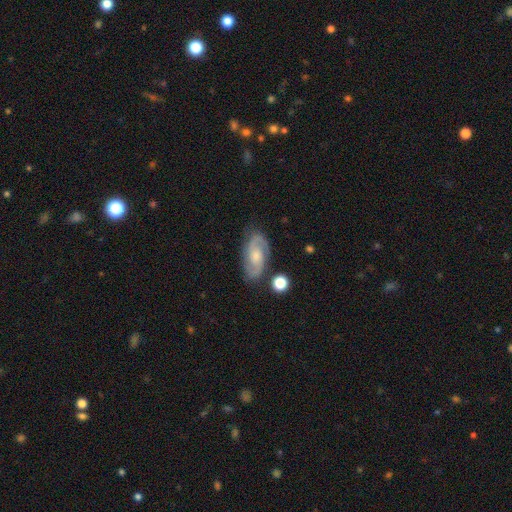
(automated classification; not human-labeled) Smooth or featured?
  - featured or disk: 83% *
  - smooth: 11%
  - star or artifact: 6%
Edge-on disk?
  - no: 96% *
  - yes: 4%
Bar?
  - no: 56% *
  - weak: 37%
  - strong: 8%
Spiral arms?
  - yes: 97% *
  - no: 3%
Spiral winding?
  - medium: 51% *
  - tight: 36%
  - loose: 13%
Spiral arm count?
  - 2: 89% *
  - can't tell: 5%
  - 3: 2%
  - 1: 2%
  - 4: 1%
  - more than 4: 1%
Bulge size?
  - small: 47% *
  - moderate: 40%
  - none: 8%
  - large: 4%
  - dominant: 1%
Merging?
  - none: 78% *
  - minor disturbance: 14%
  - major disturbance: 4%
  - merger: 4%